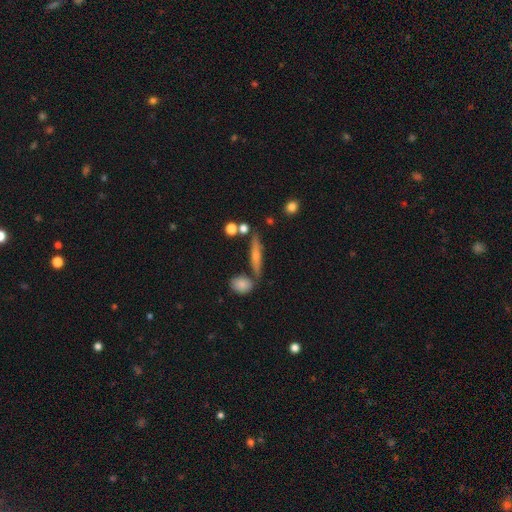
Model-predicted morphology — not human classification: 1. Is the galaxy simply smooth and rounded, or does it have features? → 58% featured or disk, 32% smooth, 10% star or artifact.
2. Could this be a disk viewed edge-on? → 92% yes, 8% no.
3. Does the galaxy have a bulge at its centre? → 81% rounded, 13% none, 6% boxy.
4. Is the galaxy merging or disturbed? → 75% none, 11% minor disturbance, 10% merger, 3% major disturbance.